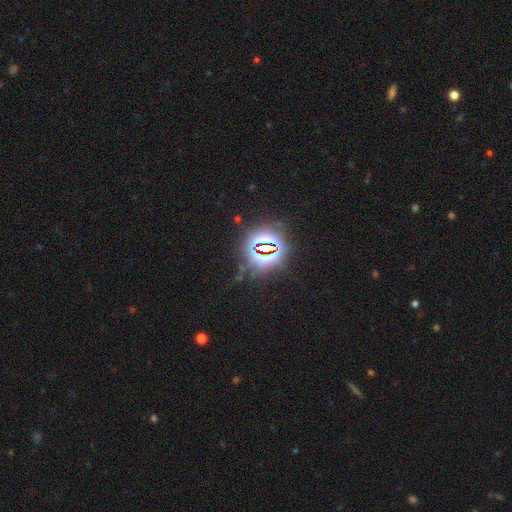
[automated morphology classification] smooth_or_featured: star or artifact (p=0.84) [alt: smooth p=0.09]